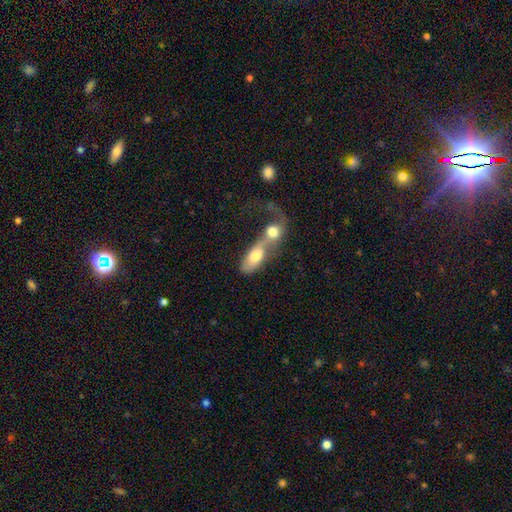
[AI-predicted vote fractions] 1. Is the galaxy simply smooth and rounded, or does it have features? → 64% smooth, 29% featured or disk, 7% star or artifact.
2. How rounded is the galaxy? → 79% in between, 12% cigar-shaped, 9% round.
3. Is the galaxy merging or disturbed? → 80% merger, 9% none, 6% major disturbance, 4% minor disturbance.